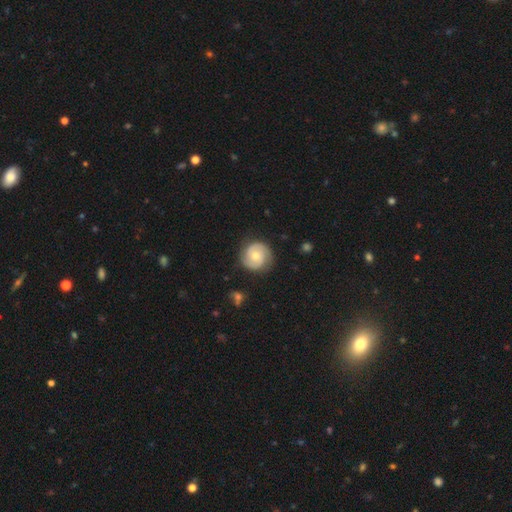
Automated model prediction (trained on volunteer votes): featured or disk 65%, smooth 28%, star or artifact 6%. Down the decision tree: edge-on disk — no (98%); bar — no (69%); spiral arms — yes (91%); spiral arm count — 2 (84%); spiral winding — tight (52%); bulge size — moderate (54%); merging — none (82%).